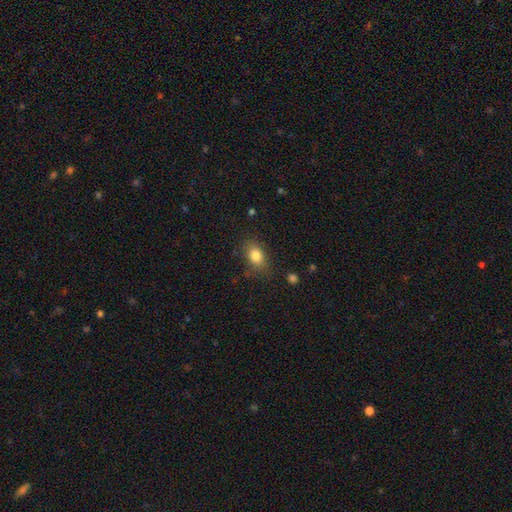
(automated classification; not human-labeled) This is clearly a smooth galaxy (82%). How rounded: likely in between (75%). Merging: likely none (74%).